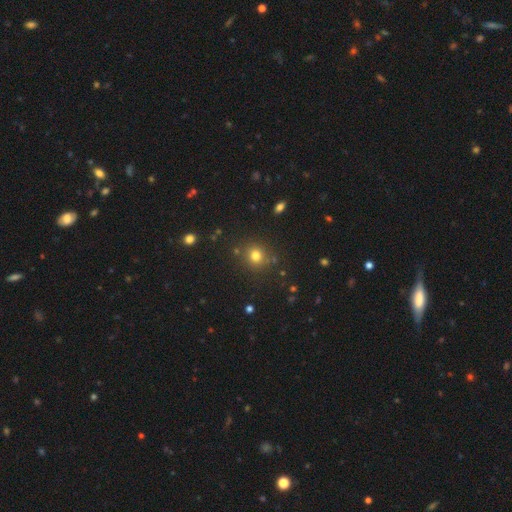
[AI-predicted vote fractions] Smooth or featured?
  - smooth: 76% *
  - star or artifact: 17%
  - featured or disk: 7%
How rounded?
  - round: 85% *
  - in between: 14%
  - cigar-shaped: 1%
Merging?
  - none: 83% *
  - minor disturbance: 9%
  - merger: 5%
  - major disturbance: 3%